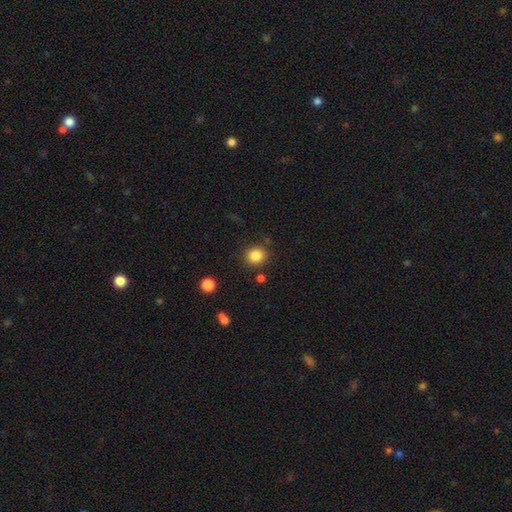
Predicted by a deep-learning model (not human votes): A smooth galaxy with no disk features (85%) that is round (81%). Merging: none (84%).